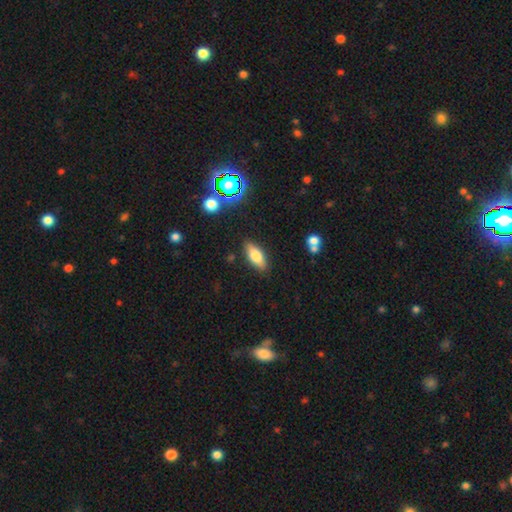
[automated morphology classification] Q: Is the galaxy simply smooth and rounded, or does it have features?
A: smooth — 73%.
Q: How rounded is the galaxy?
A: in between — 77%.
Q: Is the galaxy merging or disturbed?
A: none — 86%.